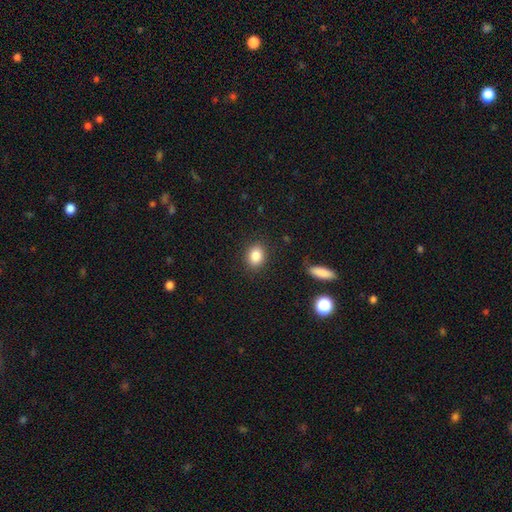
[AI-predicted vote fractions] smooth_or_featured: smooth (p=0.85) [alt: star or artifact p=0.09]
how_rounded: in between (p=0.58) [alt: round p=0.41]
merging: none (p=0.87) [alt: minor disturbance p=0.09]